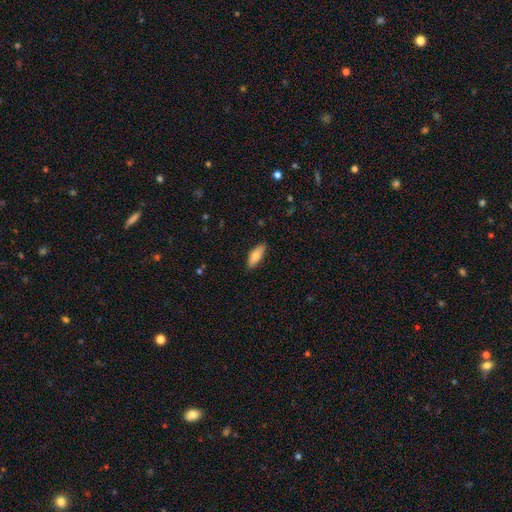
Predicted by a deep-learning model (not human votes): smooth 78%, featured or disk 16%, star or artifact 6%. Down the decision tree: how rounded — in between (69%); merging — none (87%).